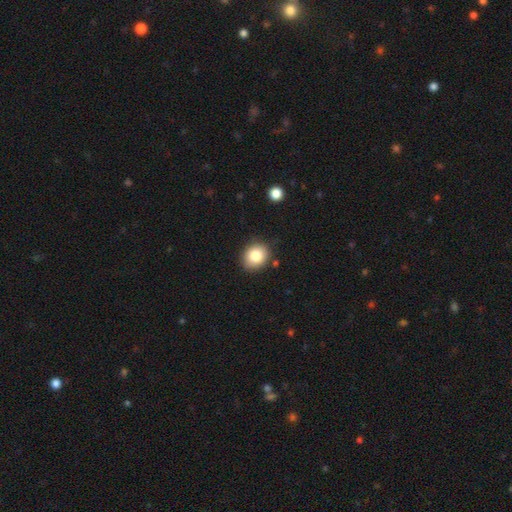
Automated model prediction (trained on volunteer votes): Smooth or featured? smooth (82%)
How rounded? round (61%)
Merging? none (83%)